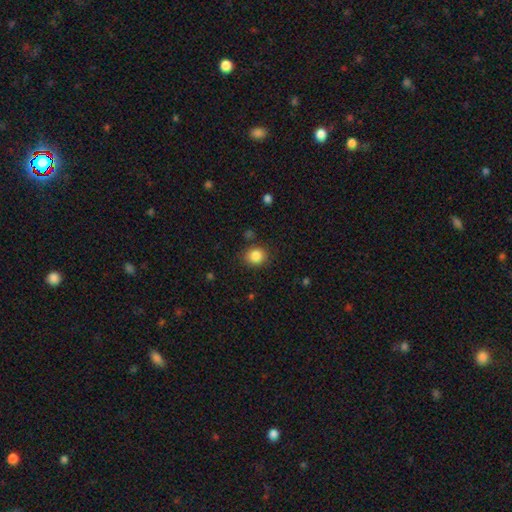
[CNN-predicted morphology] smooth 86%, star or artifact 10%, featured or disk 4%. Down the decision tree: how rounded — round (78%); merging — none (85%).